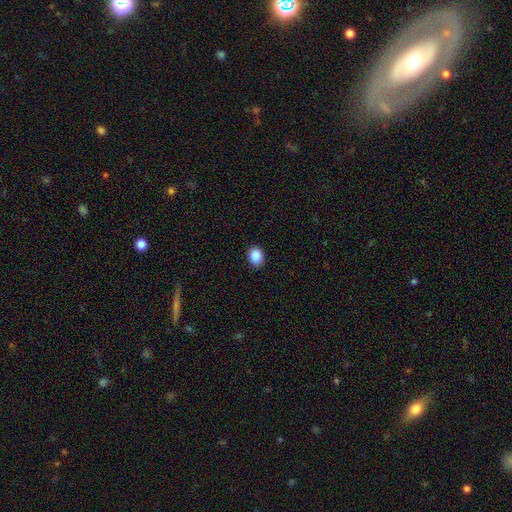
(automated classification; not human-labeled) smooth 89%, star or artifact 9%, featured or disk 3%. Down the decision tree: how rounded — round (54%); merging — none (89%).